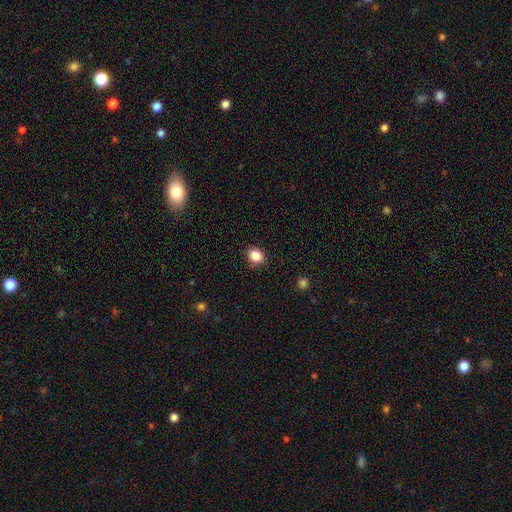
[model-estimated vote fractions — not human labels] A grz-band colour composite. It shows a smooth galaxy with no disk features (86%) that is round (59%). Merging: none (88%).